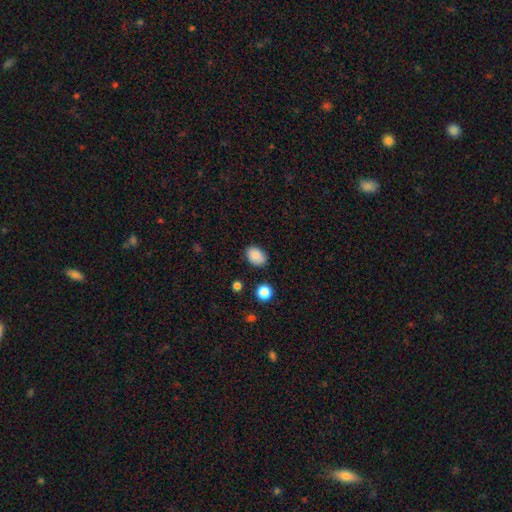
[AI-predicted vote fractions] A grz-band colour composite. It shows a smooth galaxy with no disk features (86%) that is in between round and cigar-shaped (79%). Merging: none (82%).